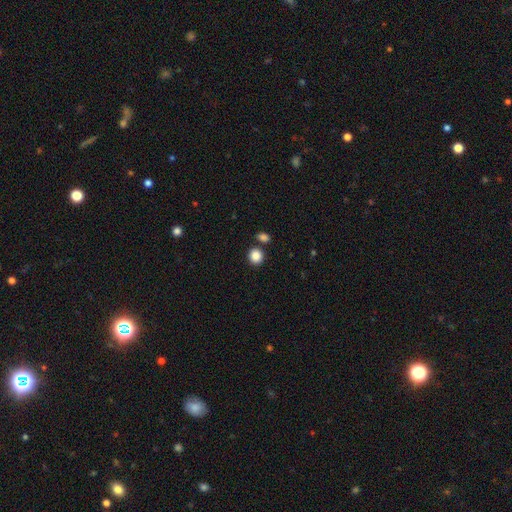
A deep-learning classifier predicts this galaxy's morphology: Smooth or featured?
  - smooth: 87% *
  - star or artifact: 9%
  - featured or disk: 4%
How rounded?
  - round: 82% *
  - in between: 17%
  - cigar-shaped: 1%
Merging?
  - none: 79% *
  - merger: 11%
  - minor disturbance: 8%
  - major disturbance: 3%